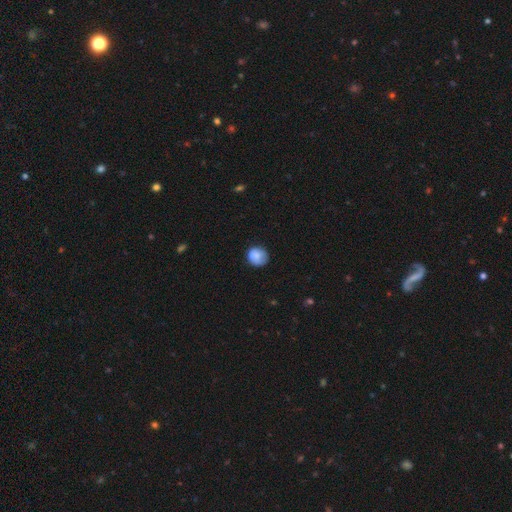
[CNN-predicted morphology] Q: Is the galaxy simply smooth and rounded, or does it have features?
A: smooth — 83%.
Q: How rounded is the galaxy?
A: round — 80%.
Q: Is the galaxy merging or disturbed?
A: none — 69%.